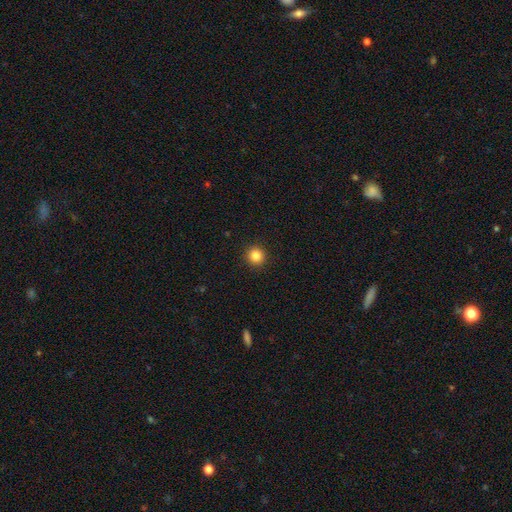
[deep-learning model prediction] Smooth or featured? smooth (85%)
How rounded? round (93%)
Merging? none (93%)